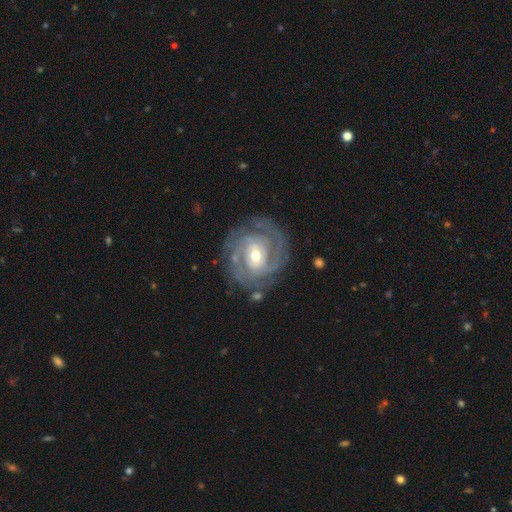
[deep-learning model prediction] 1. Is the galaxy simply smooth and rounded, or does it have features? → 89% featured or disk, 7% smooth, 4% star or artifact.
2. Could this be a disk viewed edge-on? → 97% no, 3% yes.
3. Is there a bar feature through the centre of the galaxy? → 45% no, 39% weak, 15% strong.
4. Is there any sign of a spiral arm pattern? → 96% yes, 4% no.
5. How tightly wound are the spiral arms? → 72% tight, 24% medium, 5% loose.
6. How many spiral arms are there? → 35% 2, 24% 3, 22% can't tell, 9% 4, 5% 1, 5% more than 4.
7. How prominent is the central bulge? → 64% moderate, 30% small, 5% large, 1% dominant, 1% none.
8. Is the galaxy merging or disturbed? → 78% none, 14% minor disturbance, 6% major disturbance, 2% merger.